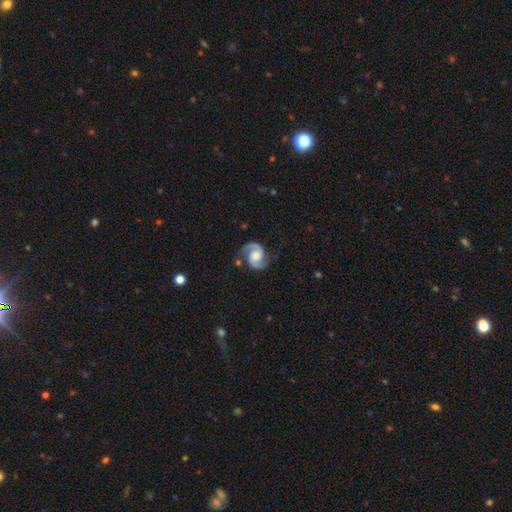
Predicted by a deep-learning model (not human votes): smooth-or-featured: featured or disk: 91% | smooth: 5% | star or artifact: 4%
  disk-edge-on: no: 98% | yes: 2%
    bar: no: 59% | weak: 32% | strong: 9%
    has-spiral-arms: yes: 98% | no: 2%
      spiral-winding: medium: 60% | tight: 23% | loose: 17%
      spiral-arm-count: 2: 94% | 1: 1% | can't tell: 1% | 3: 1% | 4: 1% | more than 4: 1%
    bulge-size: moderate: 46% | large: 20% | small: 18% | none: 14% | dominant: 2%
  merging: none: 79% | minor disturbance: 14% | major disturbance: 4% | merger: 2%